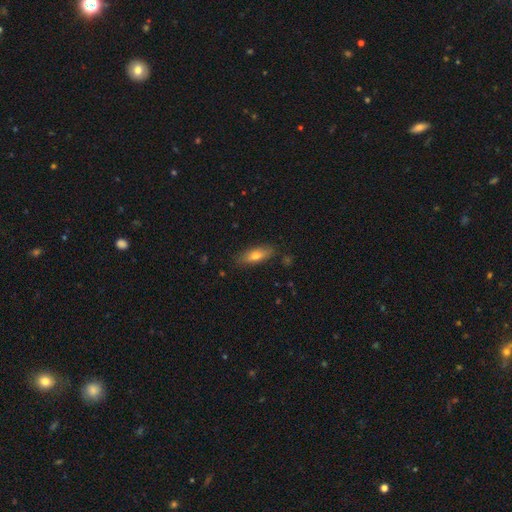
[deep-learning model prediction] Smooth or featured: smooth — 68% (featured or disk — 25%)
How rounded: in between — 62% (cigar-shaped — 35%)
Merging: none — 83% (minor disturbance — 13%)